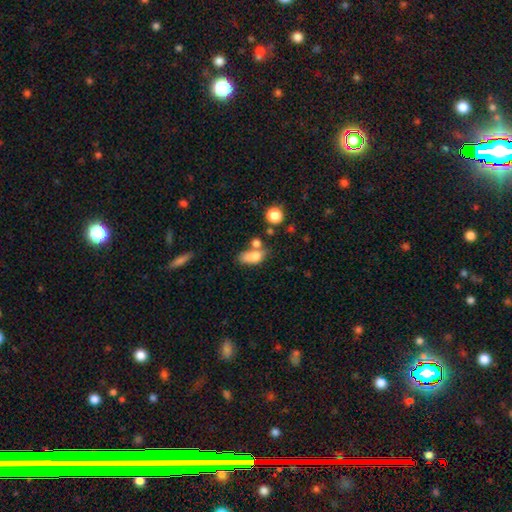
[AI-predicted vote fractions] Smooth or featured?
  - smooth: 76% *
  - featured or disk: 14%
  - star or artifact: 10%
How rounded?
  - in between: 77% *
  - cigar-shaped: 12%
  - round: 10%
Merging?
  - none: 38% *
  - merger: 32%
  - minor disturbance: 18%
  - major disturbance: 12%